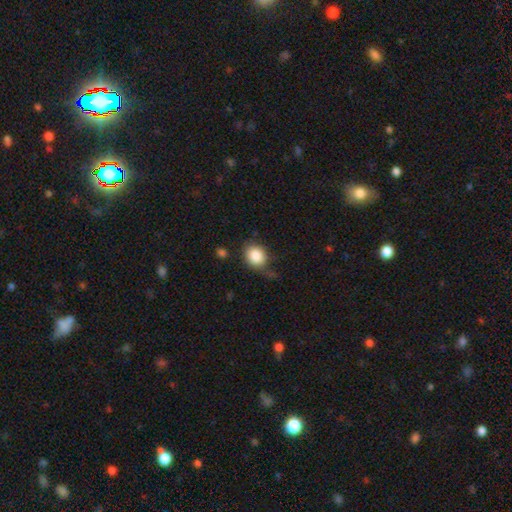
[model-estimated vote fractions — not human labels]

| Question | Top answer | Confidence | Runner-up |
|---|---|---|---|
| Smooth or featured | smooth | 86% | star or artifact (8%) |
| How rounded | round | 59% | in between (40%) |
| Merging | none | 62% | minor disturbance (24%) |